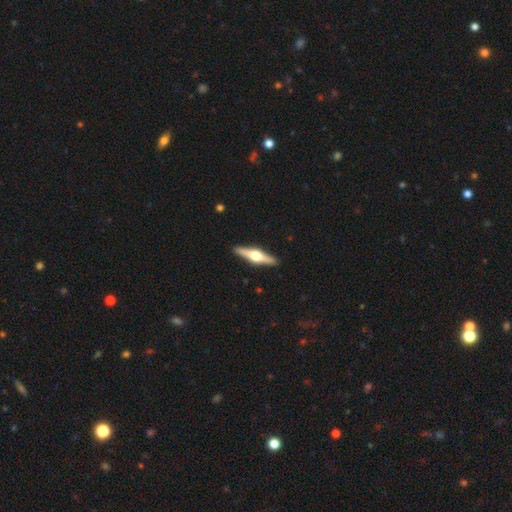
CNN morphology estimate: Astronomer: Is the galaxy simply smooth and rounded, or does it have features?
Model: featured or disk — 73%.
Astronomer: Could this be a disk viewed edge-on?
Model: yes — 98%.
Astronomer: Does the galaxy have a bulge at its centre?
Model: rounded — 96%.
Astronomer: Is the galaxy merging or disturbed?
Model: none — 92%.